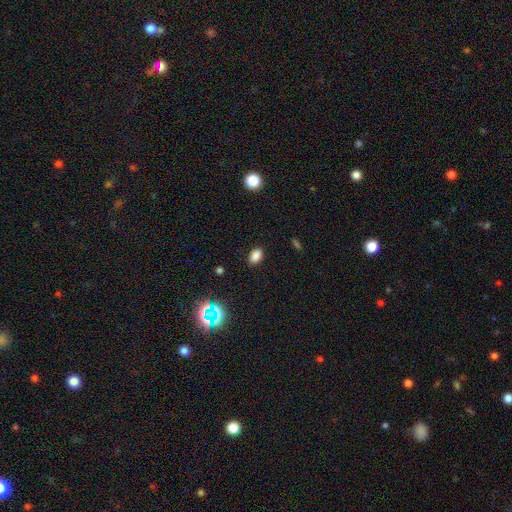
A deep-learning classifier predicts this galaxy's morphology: Smooth or featured: smooth — 82% (star or artifact — 14%)
How rounded: in between — 85% (round — 14%)
Merging: none — 88% (minor disturbance — 9%)